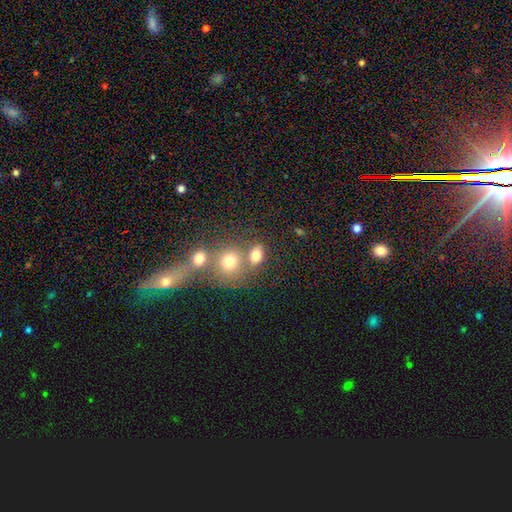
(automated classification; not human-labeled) Smooth or featured? smooth (76%)
How rounded? in between (59%)
Merging? none (51%)